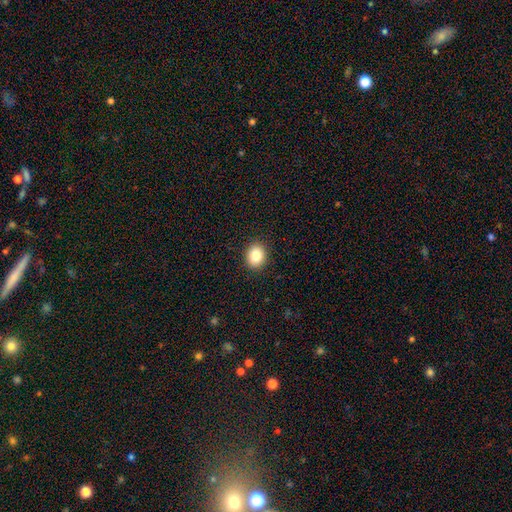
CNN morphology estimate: Smooth or featured?
  - smooth: 85% *
  - star or artifact: 10%
  - featured or disk: 5%
How rounded?
  - round: 53% *
  - in between: 46%
  - cigar-shaped: 1%
Merging?
  - none: 91% *
  - minor disturbance: 6%
  - major disturbance: 2%
  - merger: 1%